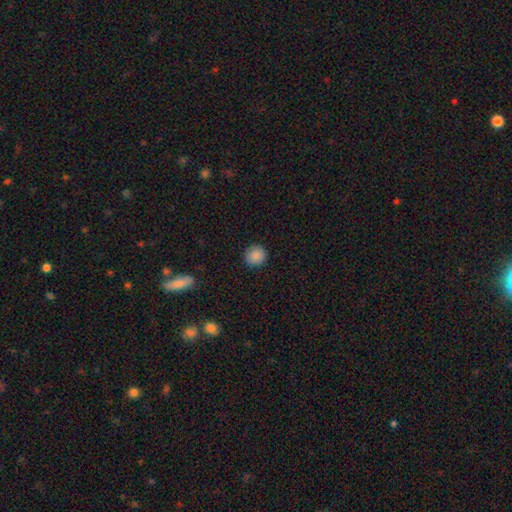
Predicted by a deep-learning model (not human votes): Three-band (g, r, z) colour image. It shows a smooth galaxy with no disk features (87%) that is round (90%). Merging: none (90%).